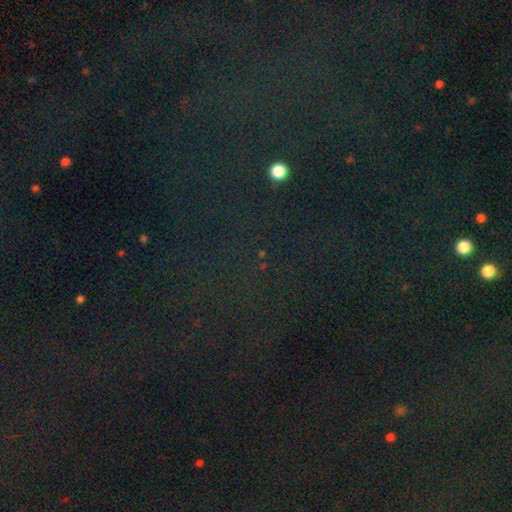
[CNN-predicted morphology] star or artifact 81%, smooth 12%, featured or disk 7%.